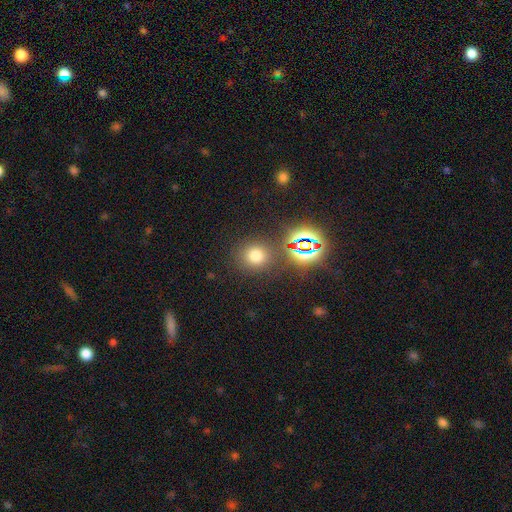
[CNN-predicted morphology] The model was most divided on "smooth or featured": smooth: 67%, star or artifact: 26%, featured or disk: 8%. More confident: how rounded — round (86%); merging — none (82%).